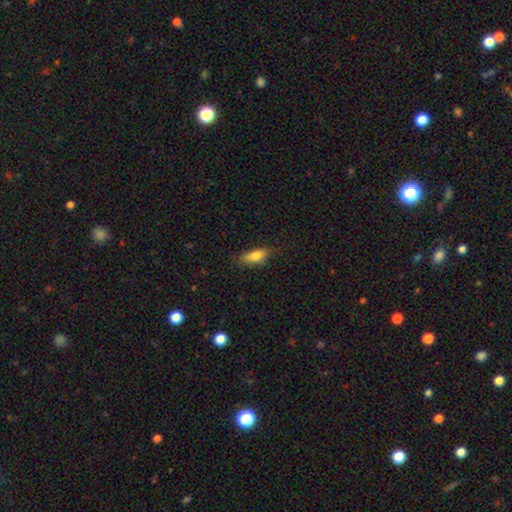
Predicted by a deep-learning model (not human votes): A smooth galaxy with no disk features (78%) that is in between round and cigar-shaped (69%).

Vote fractions:
- Smooth or featured? smooth: 78% / featured or disk: 15% / star or artifact: 8%
- How rounded? in between: 69% / cigar-shaped: 28% / round: 3%
- Merging? none: 77% / minor disturbance: 18% / major disturbance: 4% / merger: 1%